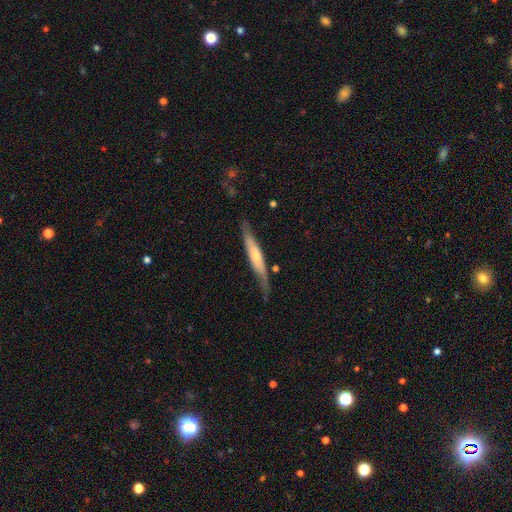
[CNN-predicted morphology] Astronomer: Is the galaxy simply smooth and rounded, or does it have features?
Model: featured or disk — 48% (runner-up: smooth, 47%).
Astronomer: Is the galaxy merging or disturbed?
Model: none — 71%.